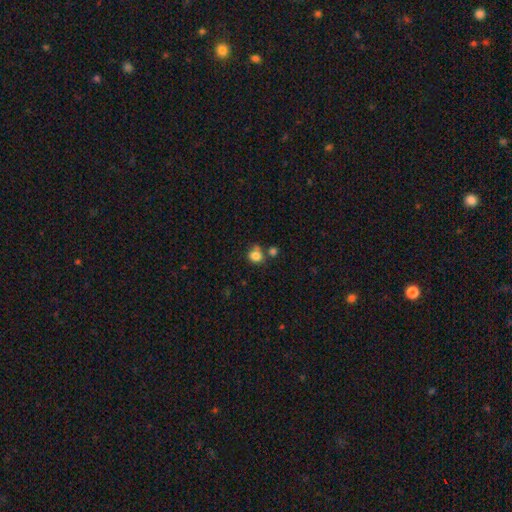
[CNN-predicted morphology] The model was most divided on "merging": none: 56%, merger: 22%, minor disturbance: 17%, major disturbance: 6%. More confident: smooth or featured — smooth (82%); how rounded — round (73%).